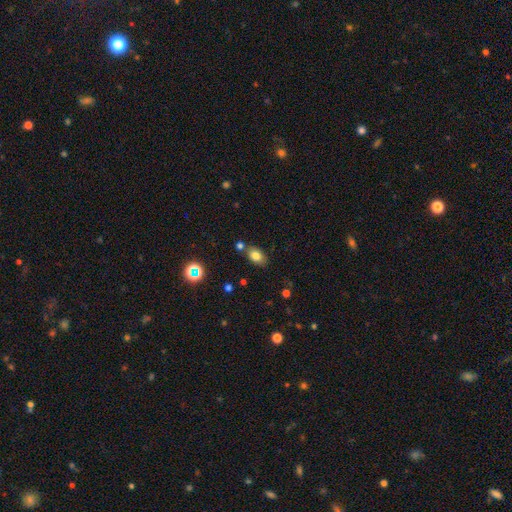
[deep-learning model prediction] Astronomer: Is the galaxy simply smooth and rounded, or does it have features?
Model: smooth — 78%.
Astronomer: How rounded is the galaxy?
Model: in between — 81%.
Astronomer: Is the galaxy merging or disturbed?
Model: none — 73%.